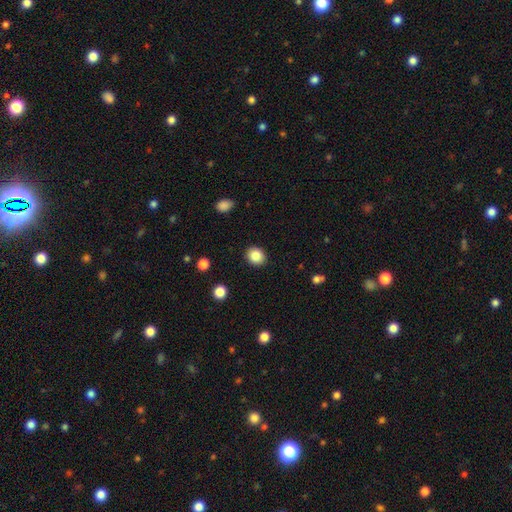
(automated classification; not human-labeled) Smooth or featured: smooth — 86% (star or artifact — 9%)
How rounded: round — 62% (in between — 37%)
Merging: none — 90% (minor disturbance — 7%)